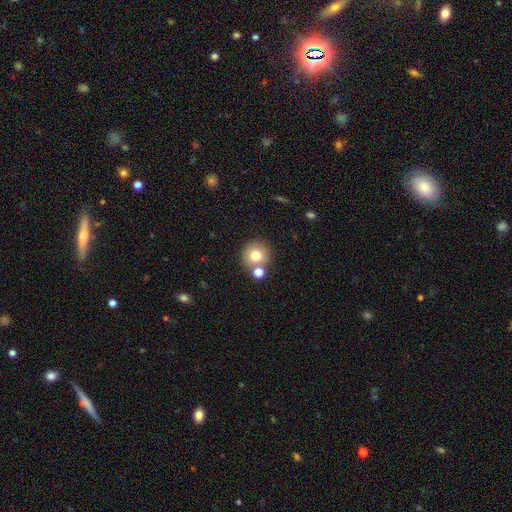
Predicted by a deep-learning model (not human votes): smooth_or_featured: smooth (p=0.75) [alt: featured or disk p=0.13]
how_rounded: round (p=0.91) [alt: in between p=0.08]
merging: none (p=0.69) [alt: merger p=0.20]